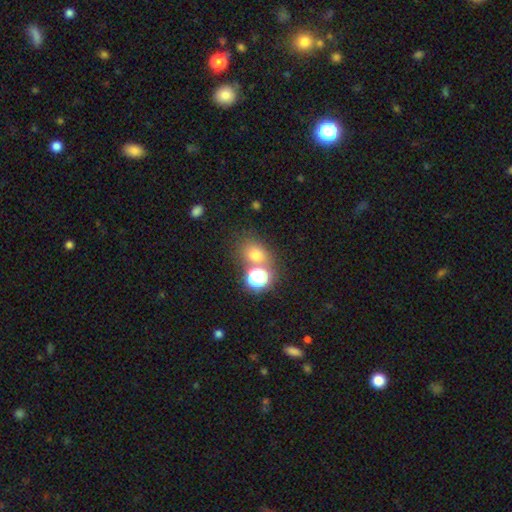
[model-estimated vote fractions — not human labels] Morphology: type=smooth (69%); roundness=round (65%); merging=none (58%).